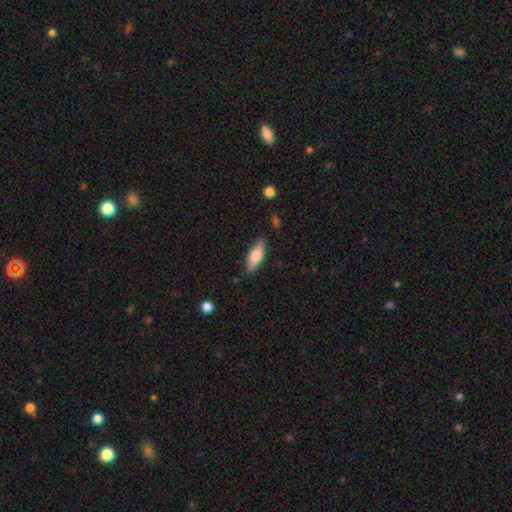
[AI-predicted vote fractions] Smooth or featured? smooth (75%)
How rounded? in between (71%)
Merging? none (82%)